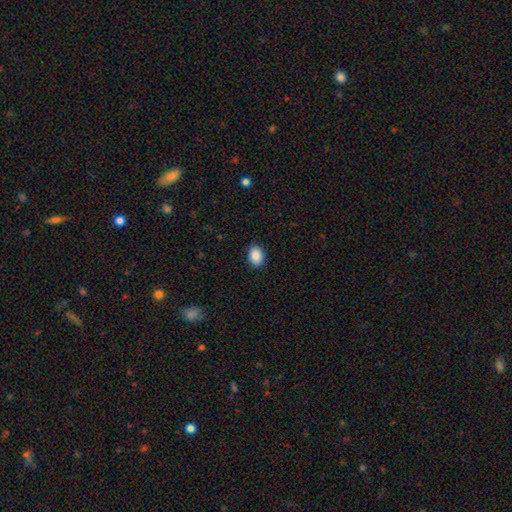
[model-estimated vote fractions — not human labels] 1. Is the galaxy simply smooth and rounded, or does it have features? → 89% smooth, 7% star or artifact, 4% featured or disk.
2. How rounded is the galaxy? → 71% in between, 28% round, 1% cigar-shaped.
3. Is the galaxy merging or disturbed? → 89% none, 8% minor disturbance, 2% major disturbance, 1% merger.